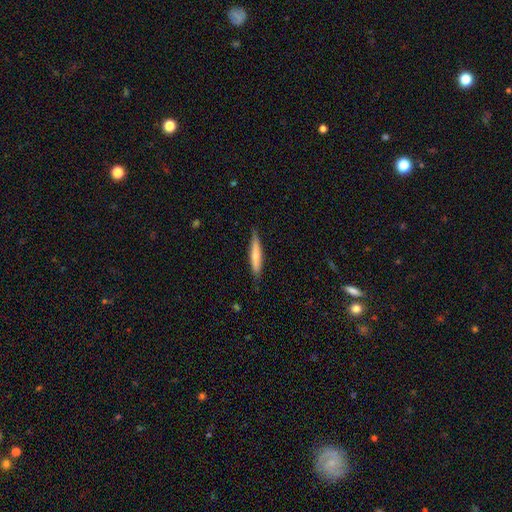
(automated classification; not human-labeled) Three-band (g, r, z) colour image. It shows a smooth galaxy with no disk features (65%) that is cigar-shaped (89%). Merging: none (81%).